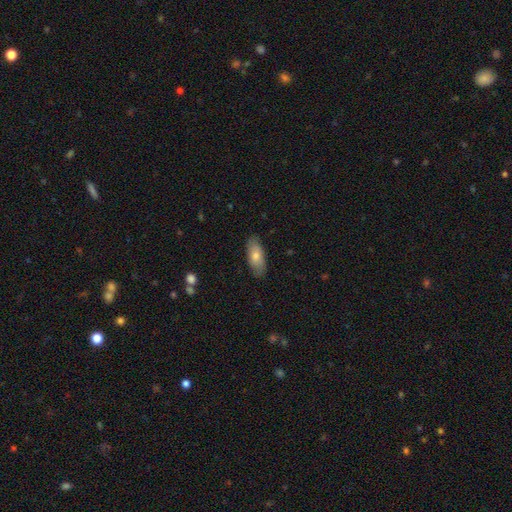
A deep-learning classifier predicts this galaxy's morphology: Overall: smooth (66%; featured or disk 27%). How rounded: in between (79%). Merging: none (84%).